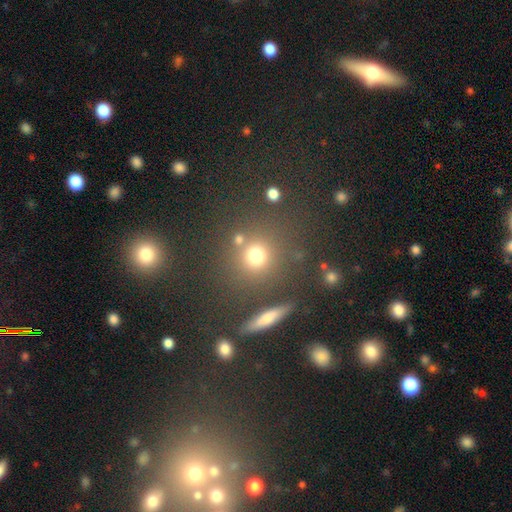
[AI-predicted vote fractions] A smooth galaxy with no disk features (74%) that is round (84%).

Vote fractions:
- Smooth or featured? smooth: 74% / star or artifact: 17% / featured or disk: 9%
- How rounded? round: 84% / in between: 14% / cigar-shaped: 2%
- Merging? none: 73% / merger: 12% / minor disturbance: 10% / major disturbance: 5%